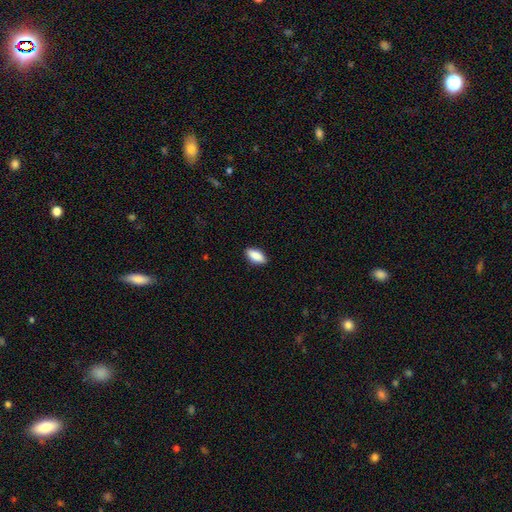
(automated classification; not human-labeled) Smooth or featured?
  - smooth: 88% *
  - star or artifact: 6%
  - featured or disk: 6%
How rounded?
  - in between: 88% *
  - cigar-shaped: 10%
  - round: 2%
Merging?
  - none: 89% *
  - minor disturbance: 9%
  - major disturbance: 2%
  - merger: 1%